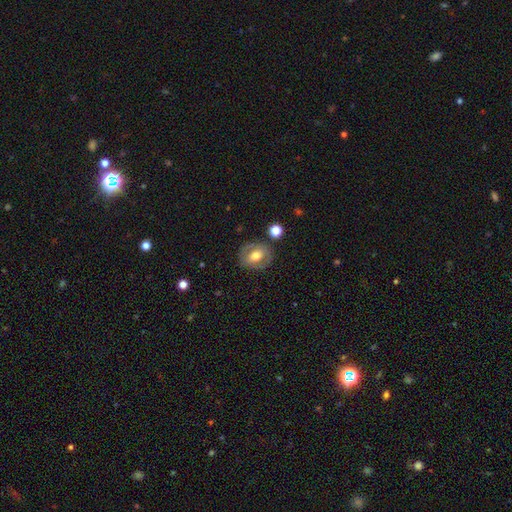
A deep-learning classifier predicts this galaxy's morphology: A featured or disk galaxy (47%). Merging: none (78%).